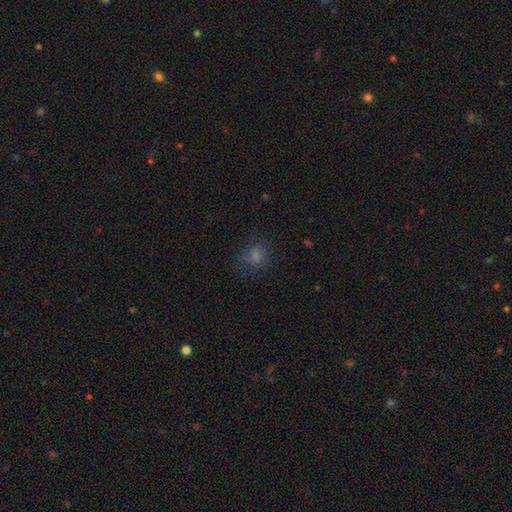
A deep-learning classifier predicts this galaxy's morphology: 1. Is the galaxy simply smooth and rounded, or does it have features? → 71% smooth, 18% star or artifact, 11% featured or disk.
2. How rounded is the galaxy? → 64% round, 35% in between, 1% cigar-shaped.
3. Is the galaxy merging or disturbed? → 67% none, 19% minor disturbance, 12% major disturbance, 2% merger.